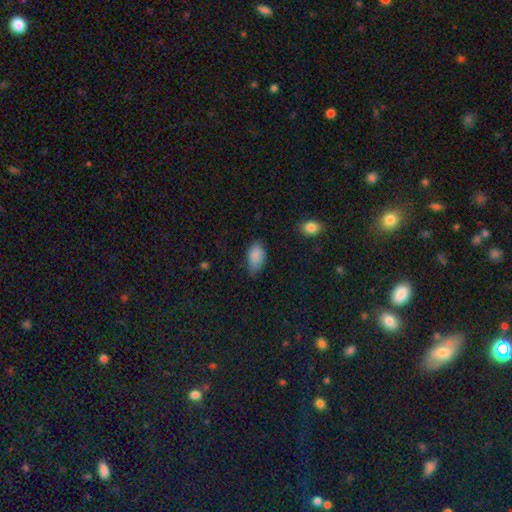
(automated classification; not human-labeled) Q: Smooth or featured?
A: smooth (86%); runner-up: star or artifact (8%)
Q: How rounded?
A: in between (93%); runner-up: round (5%)
Q: Merging?
A: none (55%); runner-up: minor disturbance (37%)